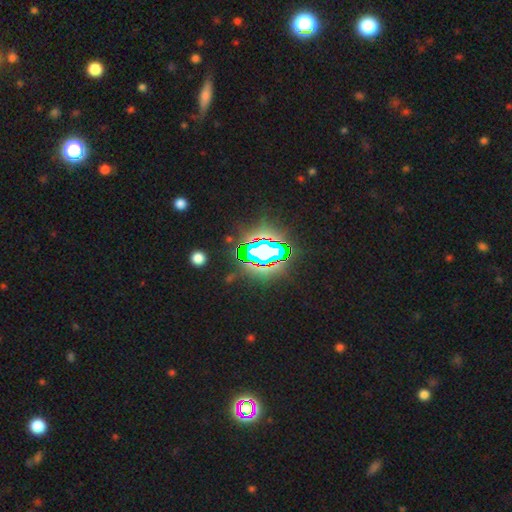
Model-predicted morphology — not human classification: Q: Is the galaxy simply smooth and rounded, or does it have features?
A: star or artifact — 77%.